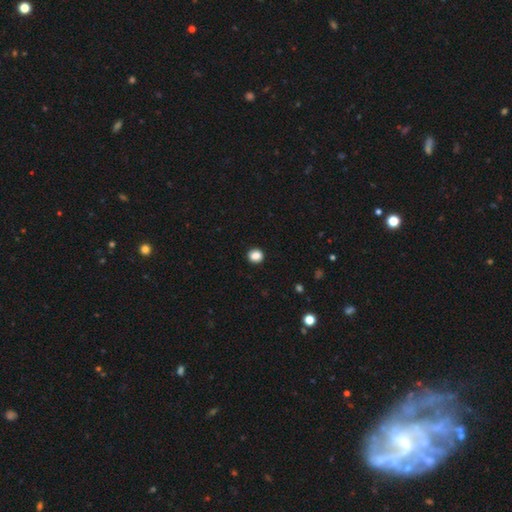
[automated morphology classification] Q: Smooth or featured?
A: smooth (87%); runner-up: star or artifact (10%)
Q: How rounded?
A: round (77%); runner-up: in between (22%)
Q: Merging?
A: none (91%); runner-up: minor disturbance (6%)